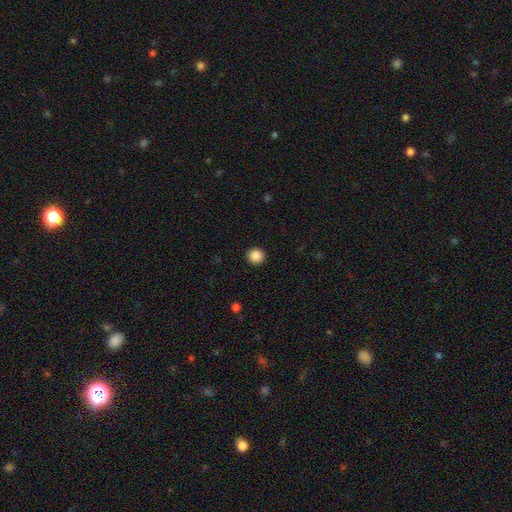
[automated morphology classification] smooth_or_featured: smooth (p=0.87) [alt: star or artifact p=0.10]
how_rounded: round (p=0.94) [alt: in between p=0.05]
merging: none (p=0.93) [alt: minor disturbance p=0.04]